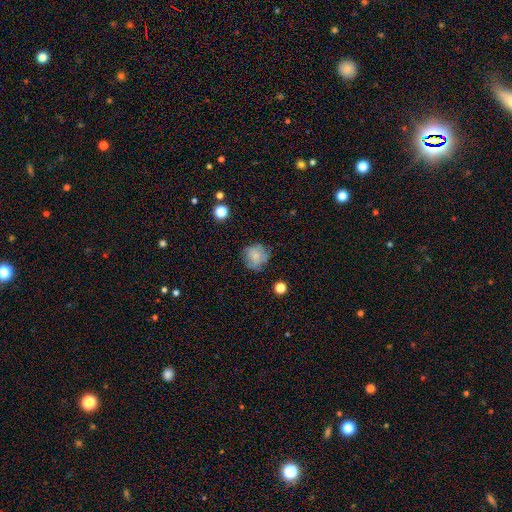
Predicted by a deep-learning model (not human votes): Smooth or featured: smooth — 72% (featured or disk — 18%)
How rounded: round — 87% (in between — 12%)
Merging: none — 70% (minor disturbance — 21%)